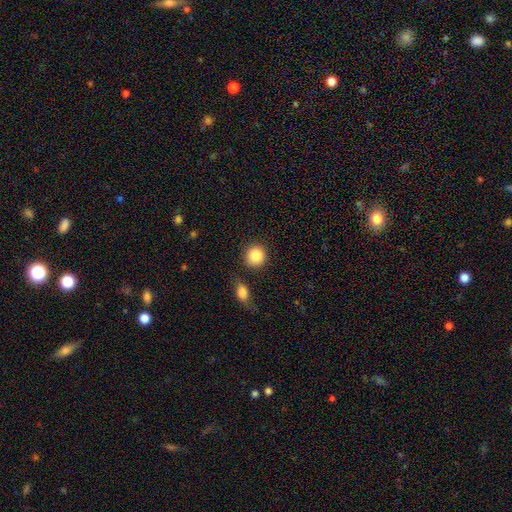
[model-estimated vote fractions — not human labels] Smooth or featured?
  - smooth: 87% *
  - star or artifact: 8%
  - featured or disk: 5%
How rounded?
  - round: 86% *
  - in between: 13%
  - cigar-shaped: 1%
Merging?
  - none: 82% *
  - minor disturbance: 8%
  - merger: 6%
  - major disturbance: 3%